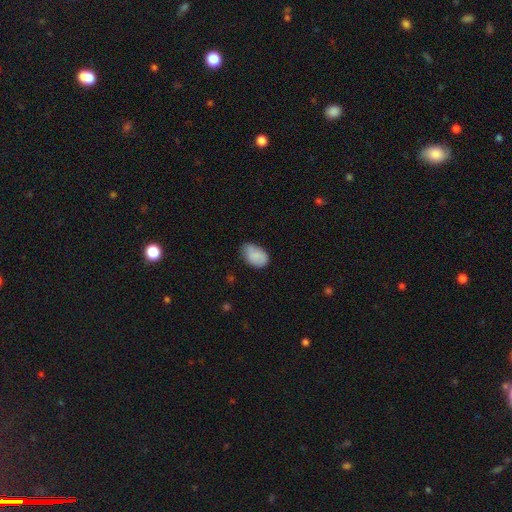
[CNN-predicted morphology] smooth 84%, featured or disk 9%, star or artifact 7%. Down the decision tree: how rounded — in between (88%); merging — none (64%).